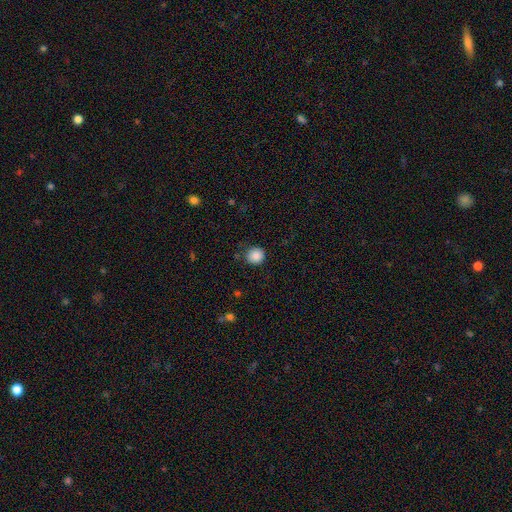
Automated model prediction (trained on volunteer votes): Smooth or featured? smooth (87%)
How rounded? round (91%)
Merging? none (85%)